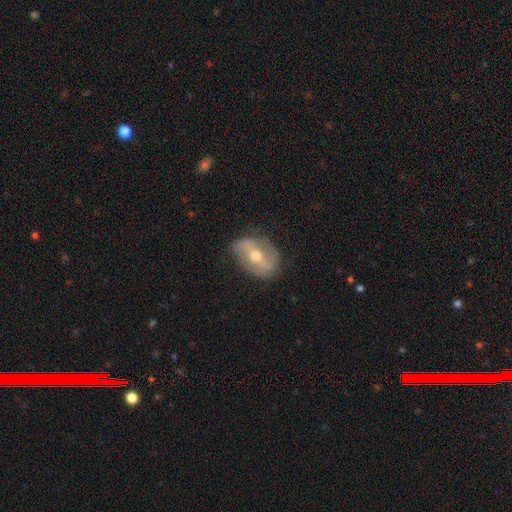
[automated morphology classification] featured or disk 73%, smooth 20%, star or artifact 7%. Down the decision tree: edge-on disk — no (93%); bar — strong (46%); spiral arms — yes (74%); spiral arm count — 2 (82%); spiral winding — loose (41%); bulge size — moderate (63%); merging — none (72%).